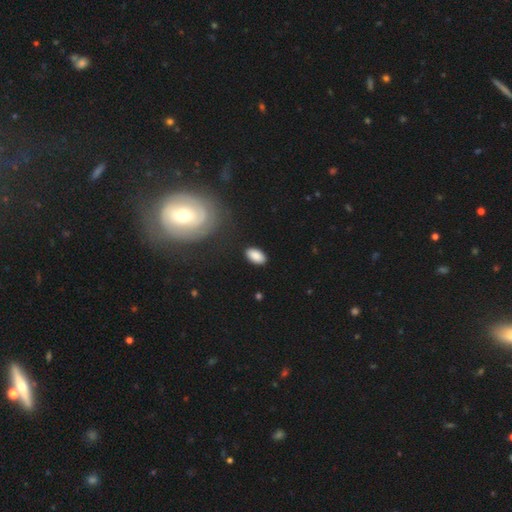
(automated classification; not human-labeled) Morphology: type=smooth (88%); roundness=in between (93%); merging=none (86%).